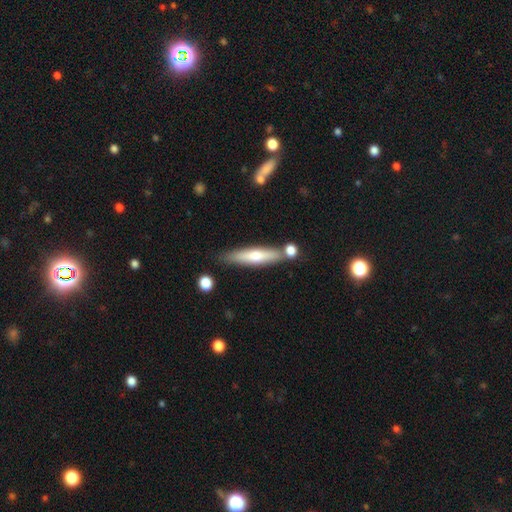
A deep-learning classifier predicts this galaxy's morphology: This is possibly a smooth galaxy (51%). How rounded: clearly cigar-shaped (87%). Merging: likely none (78%).